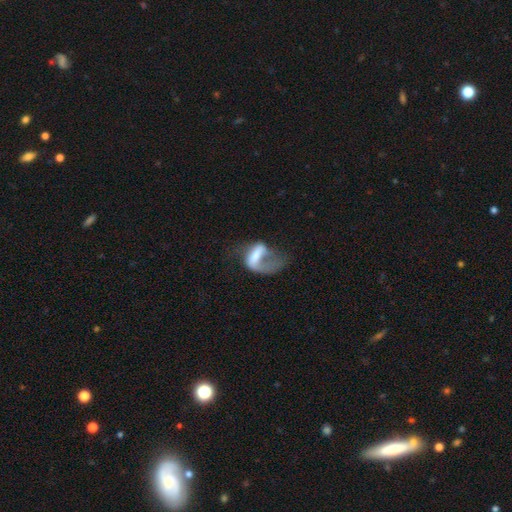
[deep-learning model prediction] This appears to be a featured or disk galaxy (55%) with no bar (38%), spiral arms (62%) and a moderate central bulge (38%). Merging: major disturbance (61%).